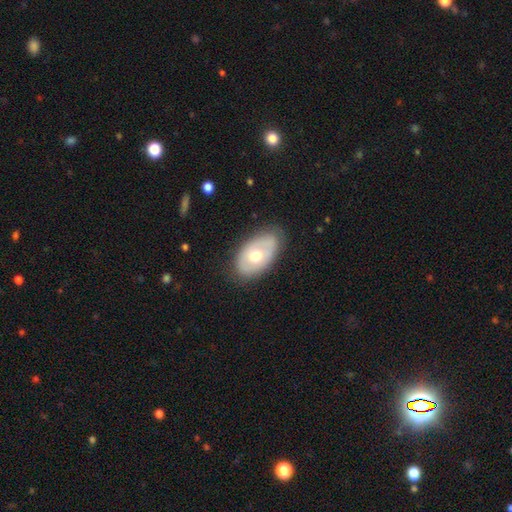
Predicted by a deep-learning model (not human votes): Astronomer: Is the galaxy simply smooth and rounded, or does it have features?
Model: smooth — 53% (runner-up: featured or disk, 41%).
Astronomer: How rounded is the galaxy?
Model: in between — 89%.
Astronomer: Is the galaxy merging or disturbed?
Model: none — 77%.